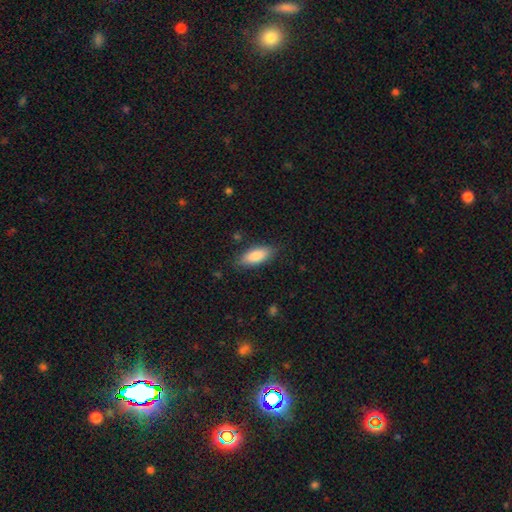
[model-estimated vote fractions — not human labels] smooth_or_featured: smooth (p=0.86) [alt: featured or disk p=0.08]
how_rounded: in between (p=0.80) [alt: cigar-shaped p=0.18]
merging: none (p=0.83) [alt: minor disturbance p=0.13]